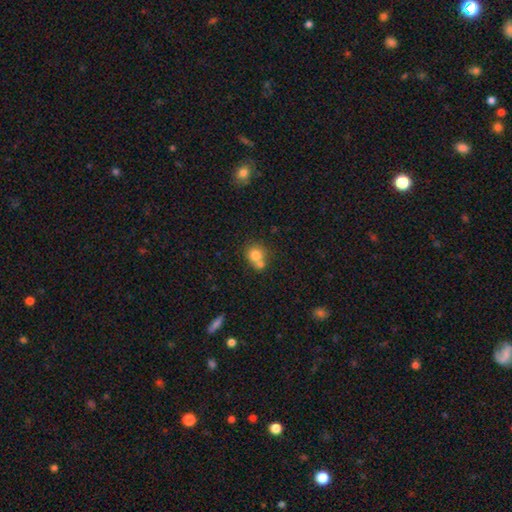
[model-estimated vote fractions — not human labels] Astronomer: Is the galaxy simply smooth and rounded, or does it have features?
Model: smooth — 77%.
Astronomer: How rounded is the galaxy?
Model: round — 80%.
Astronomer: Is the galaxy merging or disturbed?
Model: merger — 46% (runner-up: none, 42%).